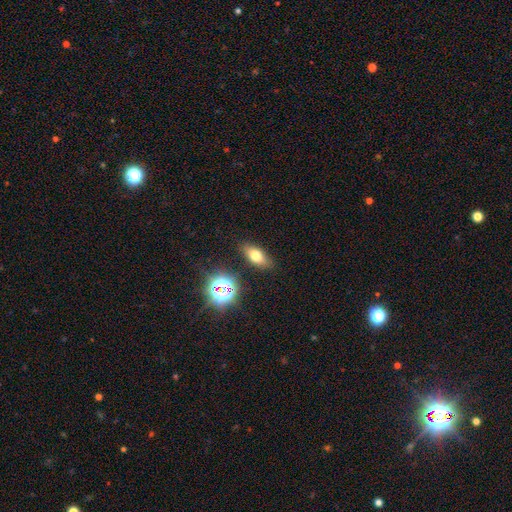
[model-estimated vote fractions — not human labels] smooth_or_featured: smooth (p=0.66) [alt: featured or disk p=0.18]
how_rounded: in between (p=0.77) [alt: cigar-shaped p=0.14]
merging: none (p=0.85) [alt: minor disturbance p=0.10]